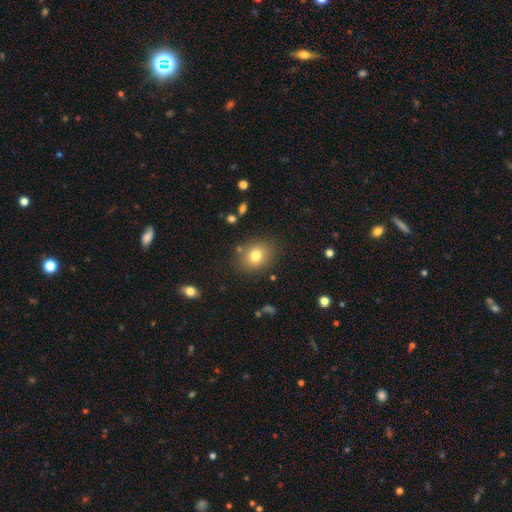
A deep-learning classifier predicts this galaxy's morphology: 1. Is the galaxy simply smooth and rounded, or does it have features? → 77% smooth, 12% star or artifact, 11% featured or disk.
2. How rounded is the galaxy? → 56% round, 43% in between, 1% cigar-shaped.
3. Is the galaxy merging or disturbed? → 83% none, 11% minor disturbance, 4% major disturbance, 3% merger.